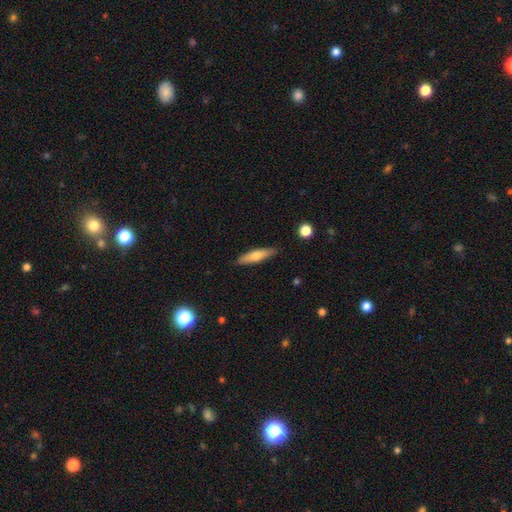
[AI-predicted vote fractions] The model was most divided on "smooth or featured": smooth: 64%, featured or disk: 30%, star or artifact: 6%. More confident: merging — none (88%); how rounded — cigar-shaped (77%).